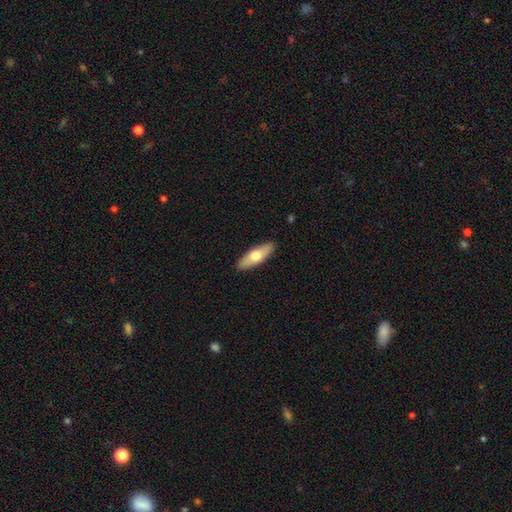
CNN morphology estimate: smooth_or_featured: smooth (p=0.63) [alt: featured or disk p=0.32]
how_rounded: in between (p=0.53) [alt: cigar-shaped p=0.44]
merging: none (p=0.90) [alt: minor disturbance p=0.07]